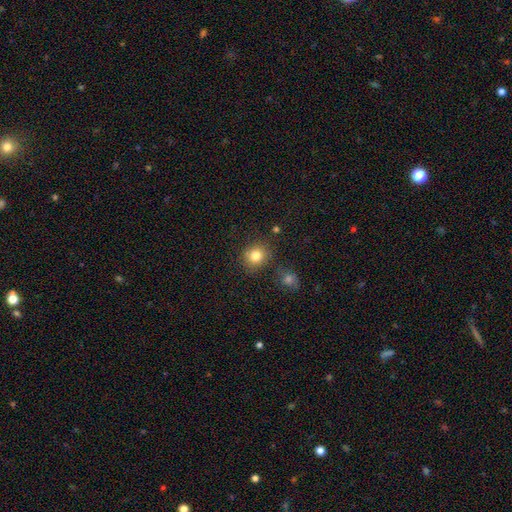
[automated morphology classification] smooth_or_featured: smooth (p=0.82) [alt: star or artifact p=0.11]
how_rounded: round (p=0.81) [alt: in between p=0.19]
merging: none (p=0.82) [alt: minor disturbance p=0.10]